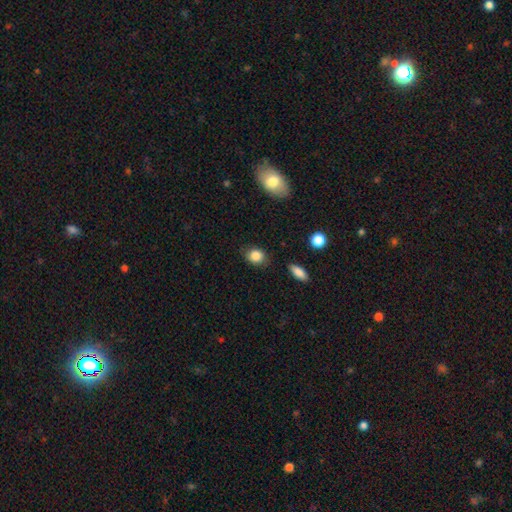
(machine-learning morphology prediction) A smooth galaxy with no disk features (86%) that is round (54%).

Vote fractions:
- Smooth or featured? smooth: 86% / star or artifact: 9% / featured or disk: 5%
- How rounded? round: 54% / in between: 44% / cigar-shaped: 1%
- Merging? none: 80% / minor disturbance: 15% / major disturbance: 3% / merger: 2%